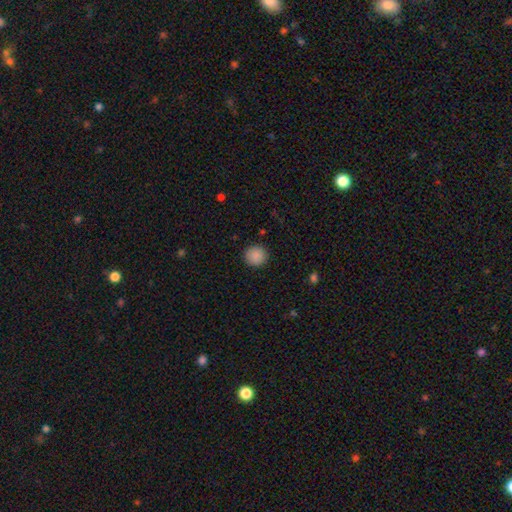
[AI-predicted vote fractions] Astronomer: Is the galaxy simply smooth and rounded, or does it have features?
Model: smooth — 89%.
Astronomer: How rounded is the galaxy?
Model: round — 94%.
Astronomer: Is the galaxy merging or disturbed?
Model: none — 91%.